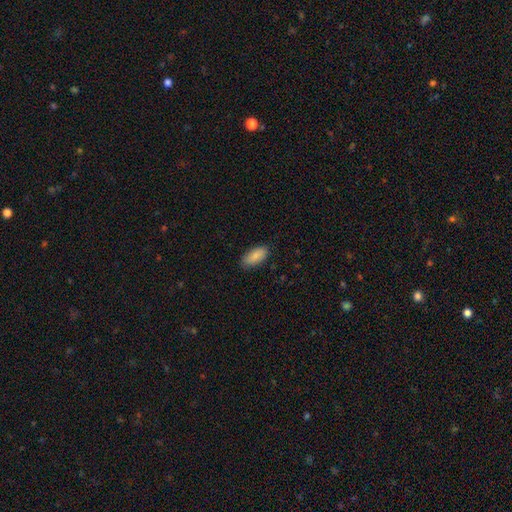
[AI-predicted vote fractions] Smooth or featured? smooth (87%)
How rounded? in between (91%)
Merging? none (84%)